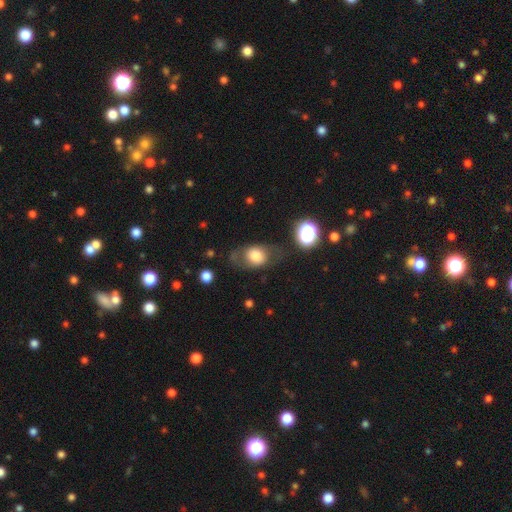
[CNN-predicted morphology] This is likely a smooth galaxy (64%). How rounded: likely in between (63%). Merging: possibly none (57%).